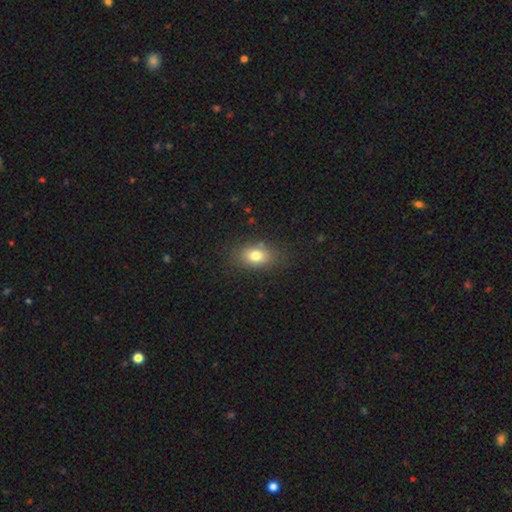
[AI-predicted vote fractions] Q: Smooth or featured?
A: smooth (79%); runner-up: featured or disk (11%)
Q: How rounded?
A: in between (80%); runner-up: round (17%)
Q: Merging?
A: none (82%); runner-up: minor disturbance (13%)